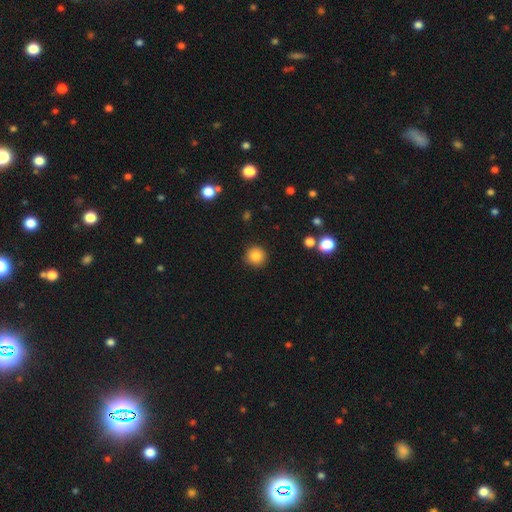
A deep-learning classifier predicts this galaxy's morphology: A smooth galaxy with no disk features (85%) that is round (94%).

Vote fractions:
- Smooth or featured? smooth: 85% / star or artifact: 10% / featured or disk: 5%
- How rounded? round: 94% / in between: 5% / cigar-shaped: 1%
- Merging? none: 90% / minor disturbance: 7% / major disturbance: 2% / merger: 2%